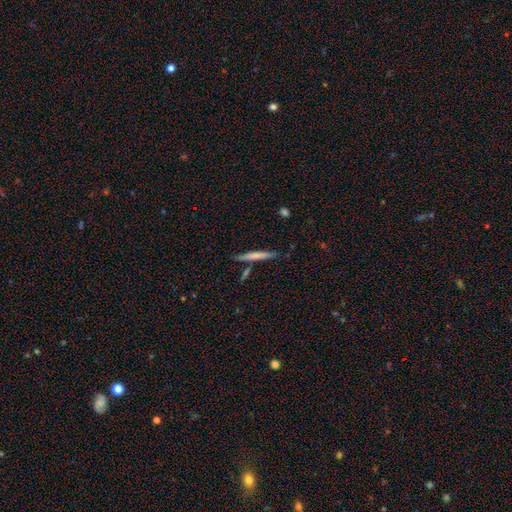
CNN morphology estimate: This appears to be a smooth galaxy with no disk features (62%) that is cigar-shaped (95%). Merging: none (81%).